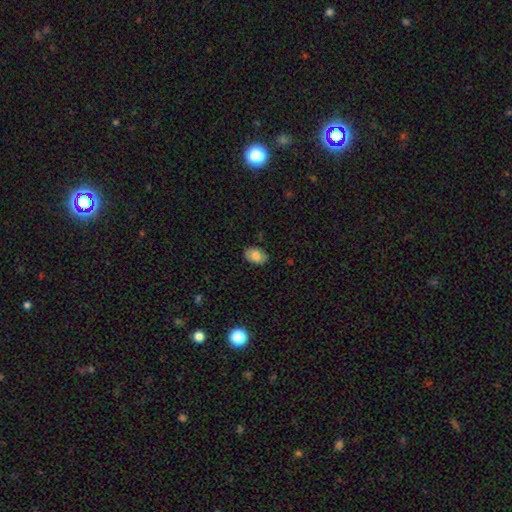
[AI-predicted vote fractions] A smooth galaxy with no disk features (77%) that is in between round and cigar-shaped (90%). Merging: none (85%).